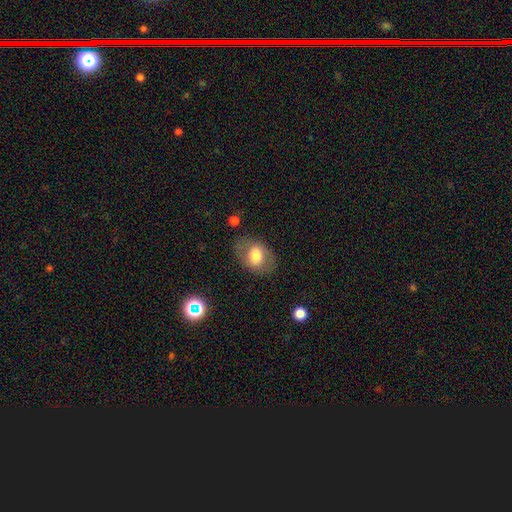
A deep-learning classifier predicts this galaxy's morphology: smooth_or_featured: smooth (p=0.65) [alt: featured or disk p=0.27]
how_rounded: in between (p=0.73) [alt: round p=0.26]
merging: none (p=0.75) [alt: minor disturbance p=0.15]